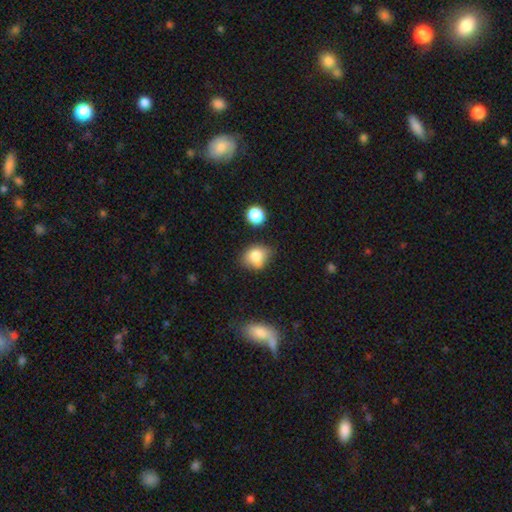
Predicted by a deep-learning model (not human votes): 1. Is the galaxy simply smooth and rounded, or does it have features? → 78% smooth, 11% featured or disk, 11% star or artifact.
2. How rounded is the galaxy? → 52% round, 47% in between, 1% cigar-shaped.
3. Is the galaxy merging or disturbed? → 49% none, 32% minor disturbance, 10% merger, 9% major disturbance.